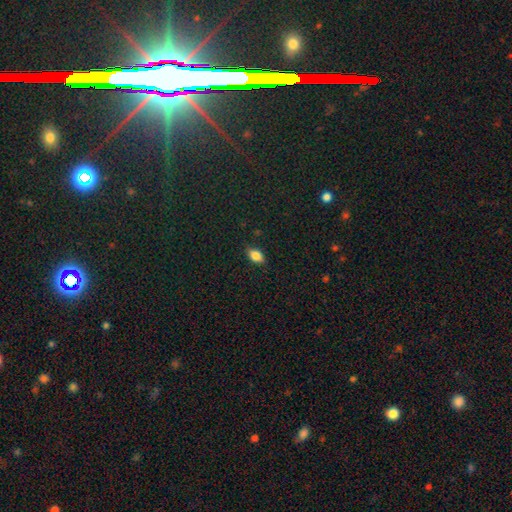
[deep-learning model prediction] Smooth or featured: smooth — 82% (star or artifact — 9%)
How rounded: in between — 85% (round — 11%)
Merging: none — 84% (minor disturbance — 12%)